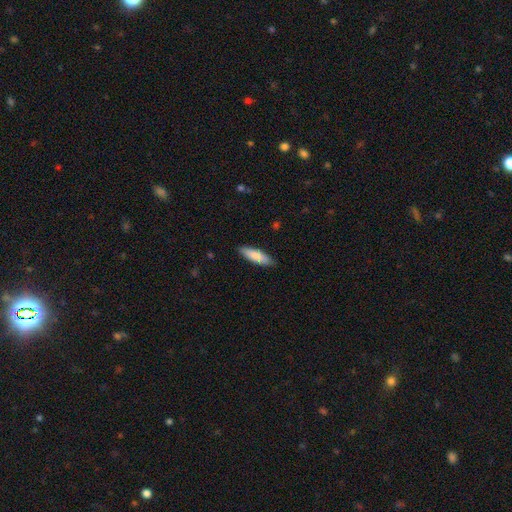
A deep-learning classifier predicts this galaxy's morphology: A smooth galaxy with no disk features (85%) that is cigar-shaped (52%).

Vote fractions:
- Smooth or featured? smooth: 85% / featured or disk: 10% / star or artifact: 5%
- How rounded? cigar-shaped: 52% / in between: 47% / round: 1%
- Merging? none: 87% / minor disturbance: 10% / major disturbance: 2% / merger: 1%